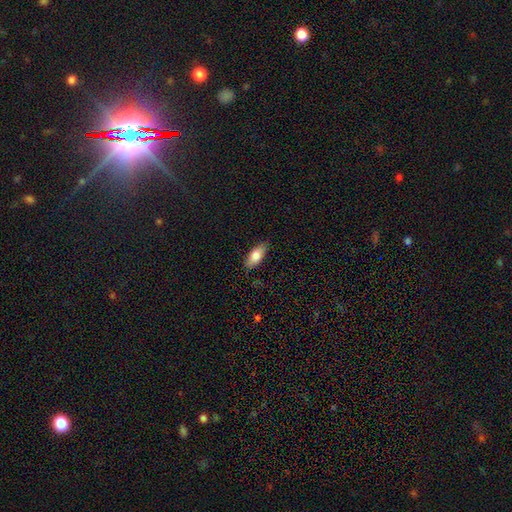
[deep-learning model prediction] The model was most divided on "smooth or featured": smooth: 78%, featured or disk: 15%, star or artifact: 7%. More confident: merging — none (85%); how rounded — in between (81%).